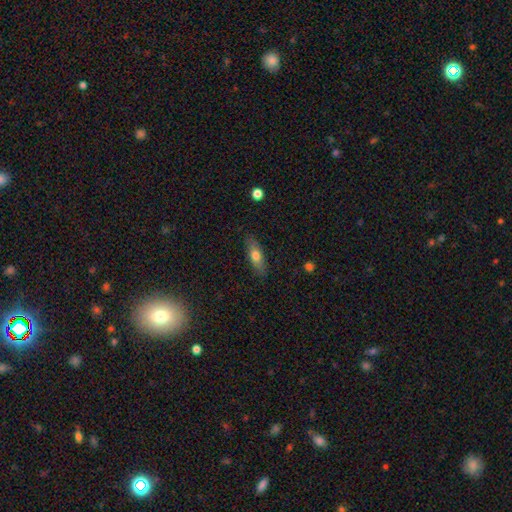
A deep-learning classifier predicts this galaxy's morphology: smooth 68%, featured or disk 26%, star or artifact 7%. Down the decision tree: how rounded — in between (58%); merging — none (86%).